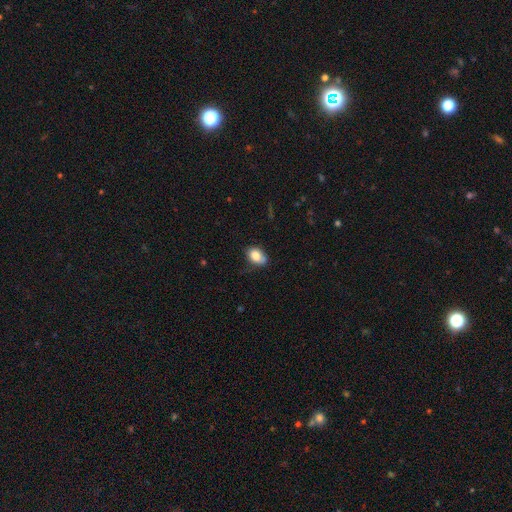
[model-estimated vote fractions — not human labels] A smooth galaxy with no disk features (81%) that is in between round and cigar-shaped (79%).

Vote fractions:
- Smooth or featured? smooth: 81% / featured or disk: 10% / star or artifact: 8%
- How rounded? in between: 79% / round: 19% / cigar-shaped: 1%
- Merging? none: 56% / minor disturbance: 32% / major disturbance: 8% / merger: 4%